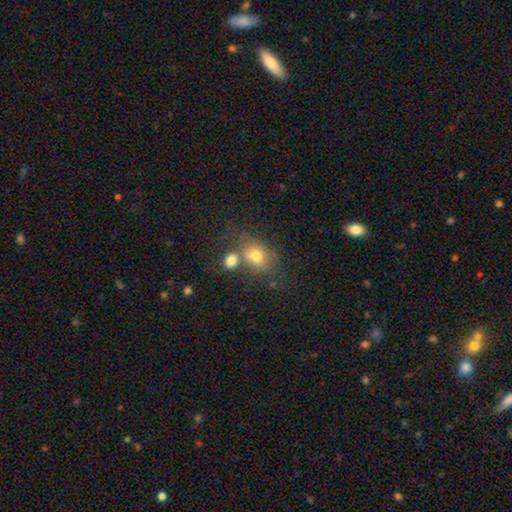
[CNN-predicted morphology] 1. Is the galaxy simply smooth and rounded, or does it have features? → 73% smooth, 16% featured or disk, 12% star or artifact.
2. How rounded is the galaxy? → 61% in between, 38% round, 1% cigar-shaped.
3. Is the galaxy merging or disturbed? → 44% none, 35% merger, 14% minor disturbance, 7% major disturbance.